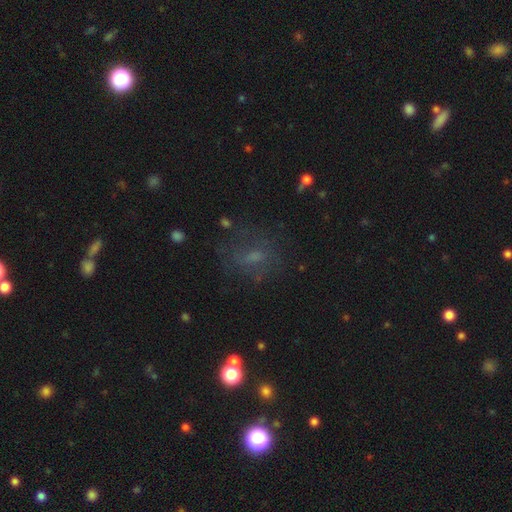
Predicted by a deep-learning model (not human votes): Morphology: type=smooth (40%); merging=none (66%).